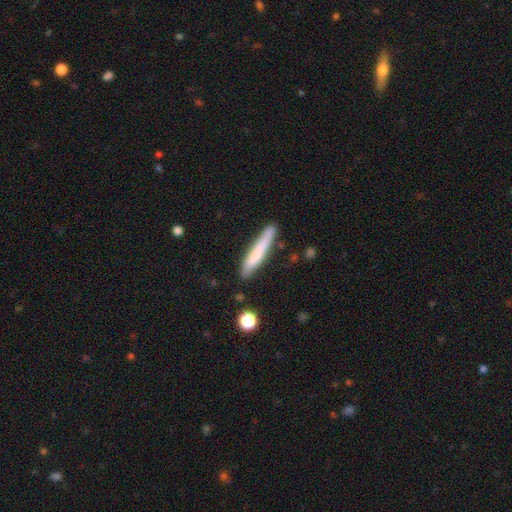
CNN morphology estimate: Smooth or featured: smooth — 70% (featured or disk — 24%)
How rounded: cigar-shaped — 93% (in between — 5%)
Merging: none — 79% (minor disturbance — 15%)